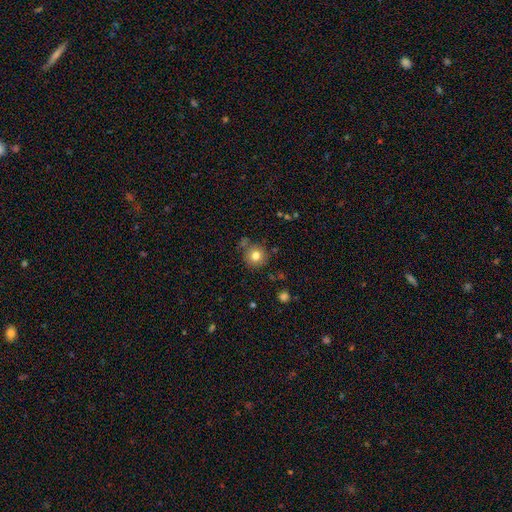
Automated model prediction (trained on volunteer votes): A smooth galaxy with no disk features (80%) that is round (92%).

Vote fractions:
- Smooth or featured? smooth: 80% / star or artifact: 11% / featured or disk: 9%
- How rounded? round: 92% / in between: 7% / cigar-shaped: 1%
- Merging? none: 79% / minor disturbance: 11% / merger: 6% / major disturbance: 4%